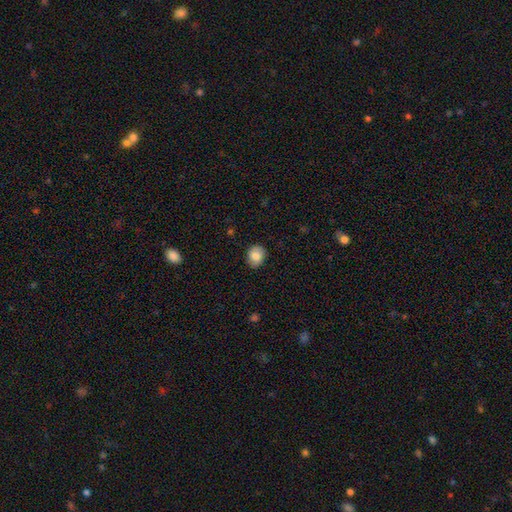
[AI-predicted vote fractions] Overall: smooth (81%). How rounded: round (54%; in between 45%). Merging: none (84%).